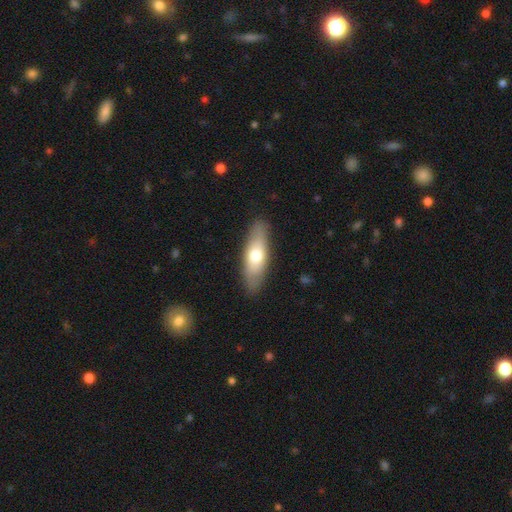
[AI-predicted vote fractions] Morphology: type=smooth (65%); roundness=in between (57%); merging=none (86%).